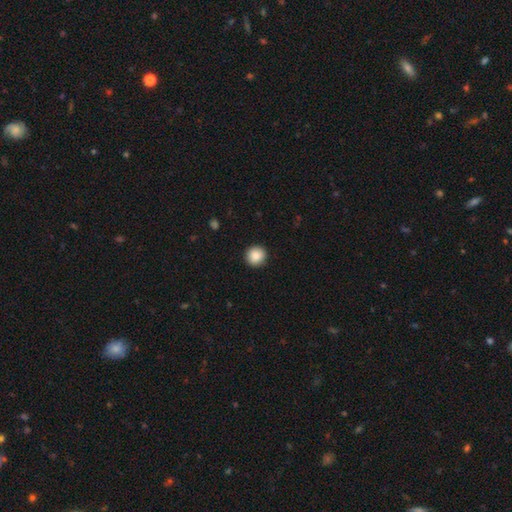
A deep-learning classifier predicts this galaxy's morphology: A smooth galaxy with no disk features (88%) that is round (94%).

Vote fractions:
- Smooth or featured? smooth: 88% / star or artifact: 8% / featured or disk: 4%
- How rounded? round: 94% / in between: 5% / cigar-shaped: 1%
- Merging? none: 92% / minor disturbance: 5% / major disturbance: 2% / merger: 1%